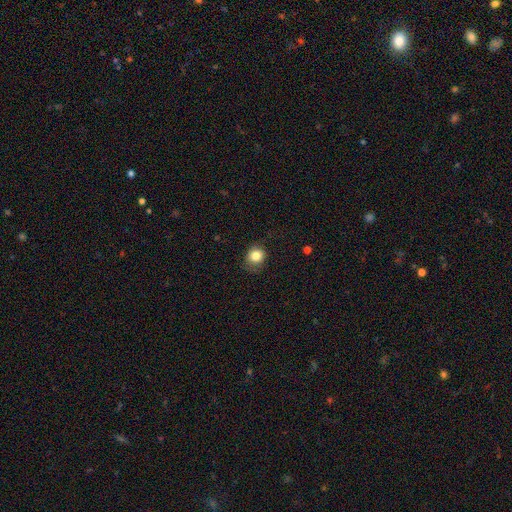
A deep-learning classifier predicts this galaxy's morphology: smooth-or-featured: smooth: 82% | star or artifact: 10% | featured or disk: 8%
  how-rounded: round: 75% | in between: 24% | cigar-shaped: 1%
  merging: none: 74% | minor disturbance: 20% | major disturbance: 6% | merger: 1%